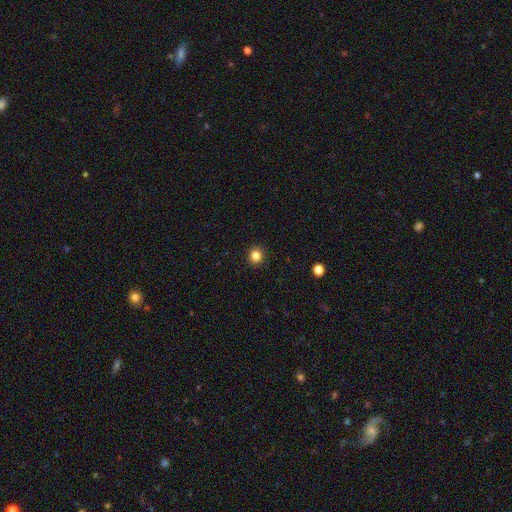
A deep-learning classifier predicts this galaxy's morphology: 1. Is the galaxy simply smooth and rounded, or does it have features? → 83% smooth, 12% star or artifact, 4% featured or disk.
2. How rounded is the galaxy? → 93% round, 7% in between, 1% cigar-shaped.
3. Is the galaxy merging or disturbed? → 93% none, 4% minor disturbance, 2% major disturbance, 1% merger.